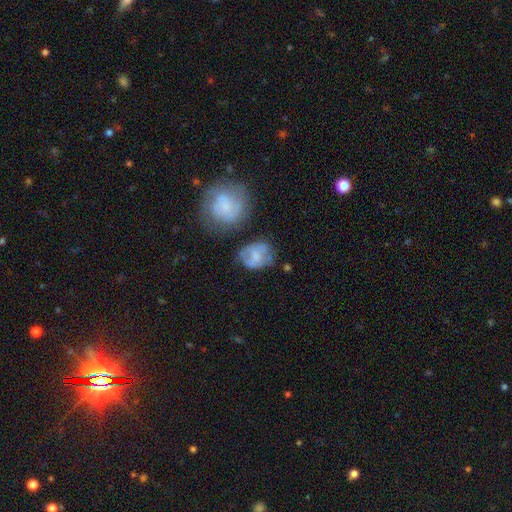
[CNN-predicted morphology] smooth-or-featured: smooth: 51% | featured or disk: 40% | star or artifact: 9%
  how-rounded: in between: 52% | round: 47% | cigar-shaped: 1%
  merging: none: 47% | minor disturbance: 27% | major disturbance: 17% | merger: 9%